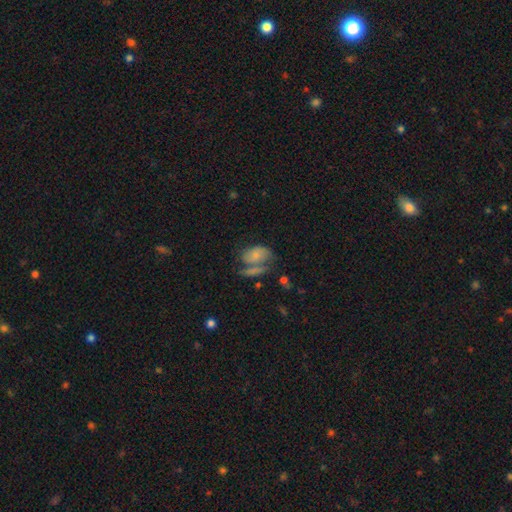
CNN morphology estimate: Smooth or featured? Predicted: smooth (p=0.63). How rounded? Predicted: in between (p=0.83). Merging? Predicted: merger (p=0.33).